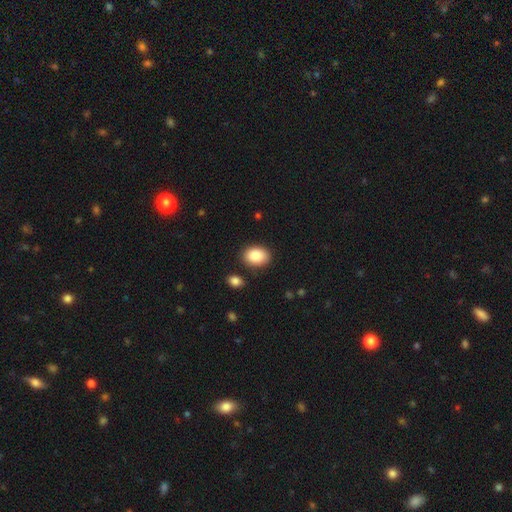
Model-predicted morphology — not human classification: Q: Smooth or featured?
A: smooth (88%); runner-up: star or artifact (7%)
Q: How rounded?
A: in between (80%); runner-up: round (19%)
Q: Merging?
A: none (84%); runner-up: minor disturbance (10%)